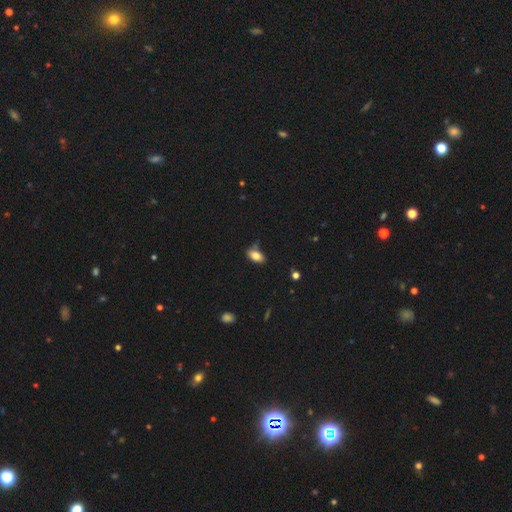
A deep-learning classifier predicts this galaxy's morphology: This is clearly a smooth galaxy (81%). How rounded: clearly in between (90%). Merging: likely none (61%).